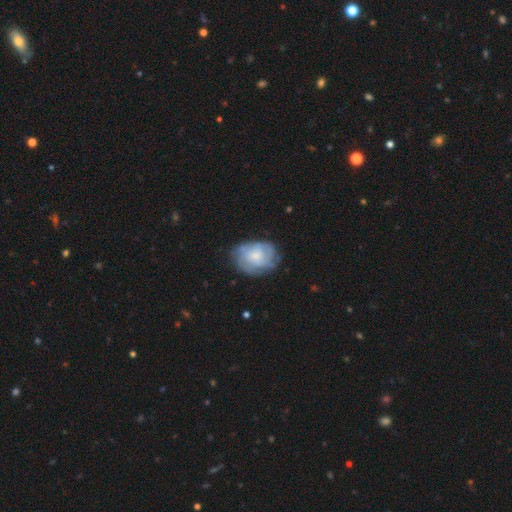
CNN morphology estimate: Smooth or featured?
  - featured or disk: 65% *
  - smooth: 29%
  - star or artifact: 7%
Edge-on disk?
  - no: 97% *
  - yes: 3%
Bar?
  - no: 72% *
  - weak: 25%
  - strong: 3%
Spiral arms?
  - yes: 86% *
  - no: 14%
Spiral winding?
  - tight: 58% *
  - medium: 31%
  - loose: 11%
Spiral arm count?
  - can't tell: 47% *
  - 3: 16%
  - 2: 14%
  - 4: 13%
  - more than 4: 5%
  - 1: 5%
Bulge size?
  - small: 53% *
  - moderate: 32%
  - none: 8%
  - large: 4%
  - dominant: 1%
Merging?
  - none: 68% *
  - minor disturbance: 22%
  - major disturbance: 9%
  - merger: 1%